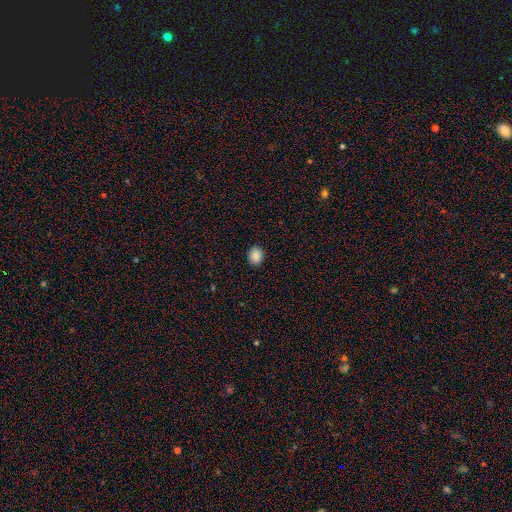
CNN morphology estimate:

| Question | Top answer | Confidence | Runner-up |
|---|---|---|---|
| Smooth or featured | smooth | 88% | star or artifact (9%) |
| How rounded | round | 66% | in between (34%) |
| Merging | none | 91% | minor disturbance (6%) |